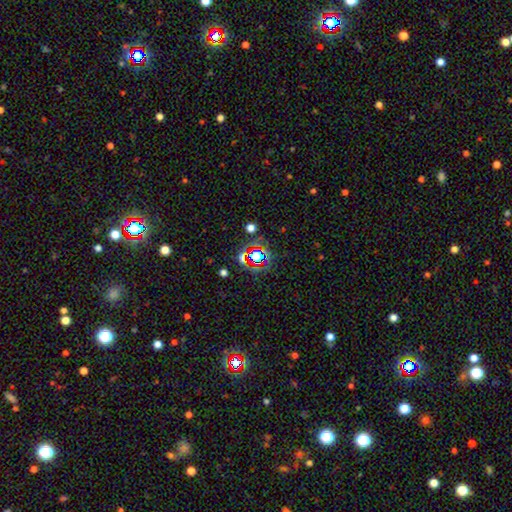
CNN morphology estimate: Smooth or featured?
  - star or artifact: 61% *
  - smooth: 27%
  - featured or disk: 12%